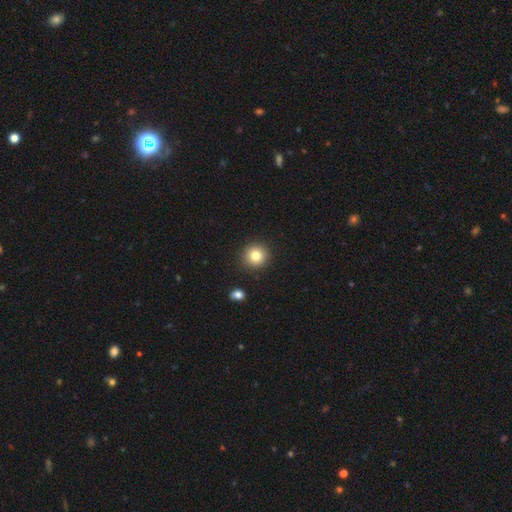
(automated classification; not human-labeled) This is clearly a smooth galaxy (81%). How rounded: clearly round (94%). Merging: clearly none (90%).